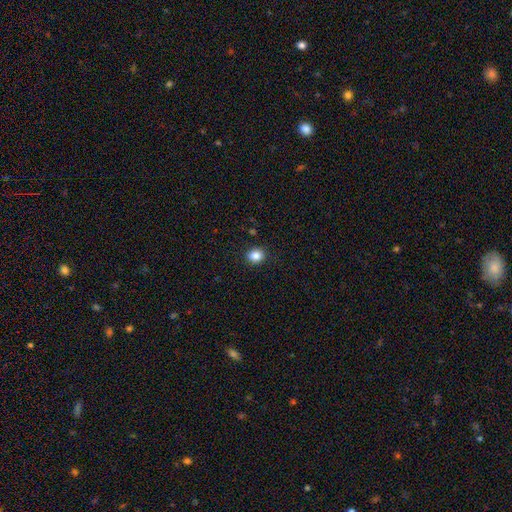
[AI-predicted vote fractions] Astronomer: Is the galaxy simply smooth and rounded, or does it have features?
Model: smooth — 86%.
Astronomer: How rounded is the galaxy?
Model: round — 71%.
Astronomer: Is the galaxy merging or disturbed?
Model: none — 90%.